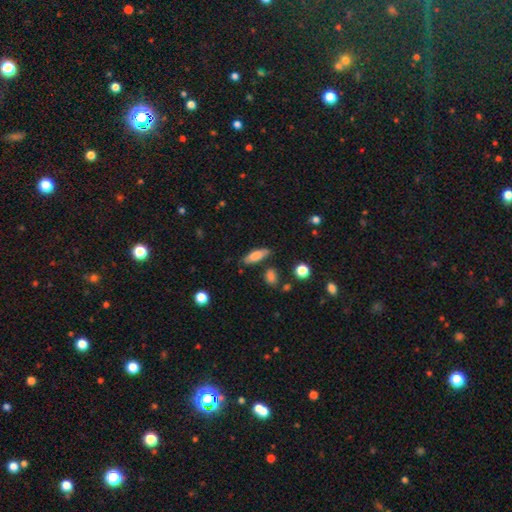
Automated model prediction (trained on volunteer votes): Q: Smooth or featured?
A: smooth (76%); runner-up: featured or disk (16%)
Q: How rounded?
A: in between (54%); runner-up: cigar-shaped (43%)
Q: Merging?
A: none (78%); runner-up: minor disturbance (14%)